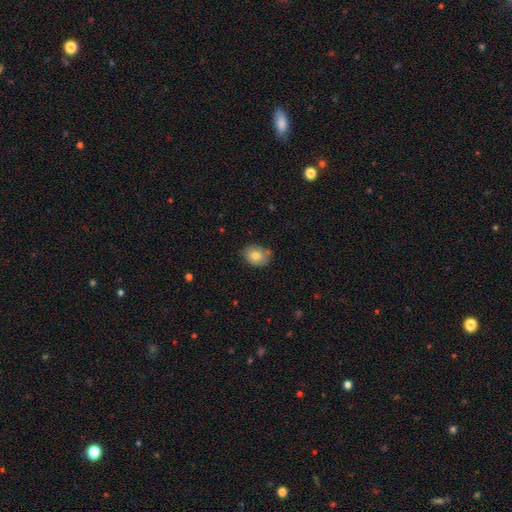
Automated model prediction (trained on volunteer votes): Smooth or featured? Predicted: smooth (p=0.78). How rounded? Predicted: in between (p=0.62). Merging? Predicted: none (p=0.76).